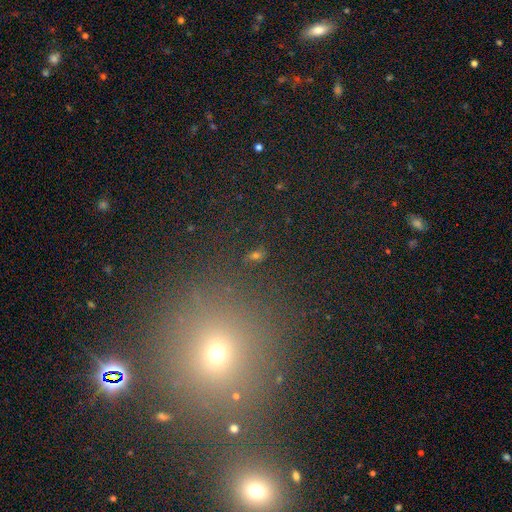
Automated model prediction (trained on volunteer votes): Smooth or featured? star or artifact (48%)